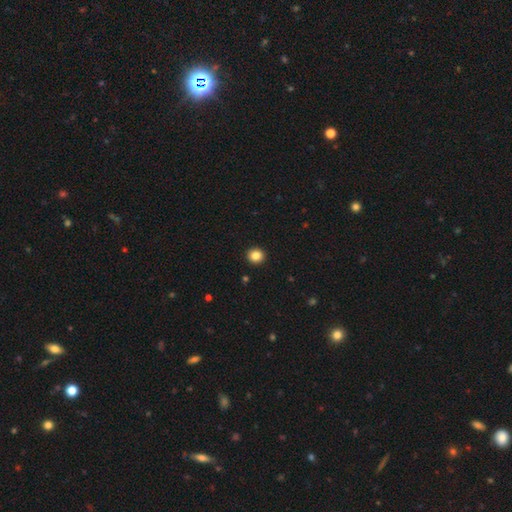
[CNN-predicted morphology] smooth-or-featured: smooth: 85% | star or artifact: 10% | featured or disk: 5%
  how-rounded: round: 89% | in between: 10% | cigar-shaped: 1%
  merging: none: 93% | minor disturbance: 4% | major disturbance: 1% | merger: 1%